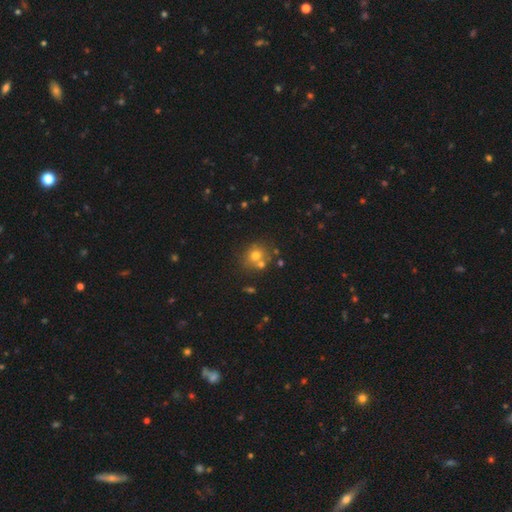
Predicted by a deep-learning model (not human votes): Morphology: type=smooth (70%); roundness=round (82%); merging=none (60%).